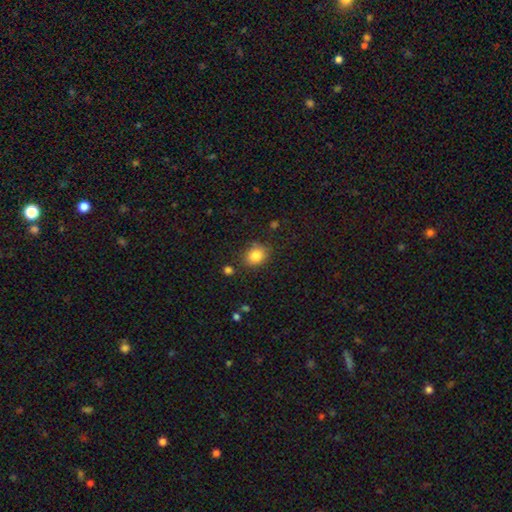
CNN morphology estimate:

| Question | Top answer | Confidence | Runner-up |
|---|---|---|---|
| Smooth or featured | smooth | 84% | star or artifact (10%) |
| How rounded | round | 53% | in between (46%) |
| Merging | none | 79% | minor disturbance (14%) |